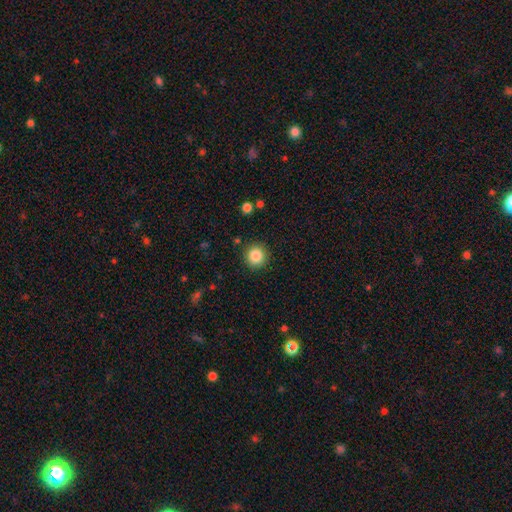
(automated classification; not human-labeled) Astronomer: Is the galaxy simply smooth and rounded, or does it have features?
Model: smooth — 86%.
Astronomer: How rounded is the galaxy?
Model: round — 93%.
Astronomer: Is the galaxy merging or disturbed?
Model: none — 90%.